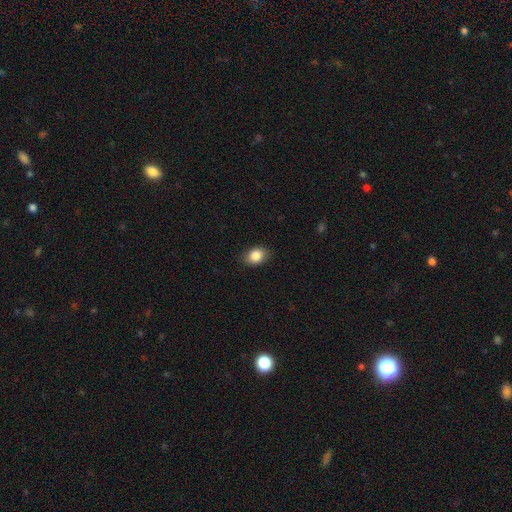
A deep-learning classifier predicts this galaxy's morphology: Q: Smooth or featured?
A: smooth (86%); runner-up: star or artifact (8%)
Q: How rounded?
A: in between (65%); runner-up: round (34%)
Q: Merging?
A: none (85%); runner-up: minor disturbance (12%)